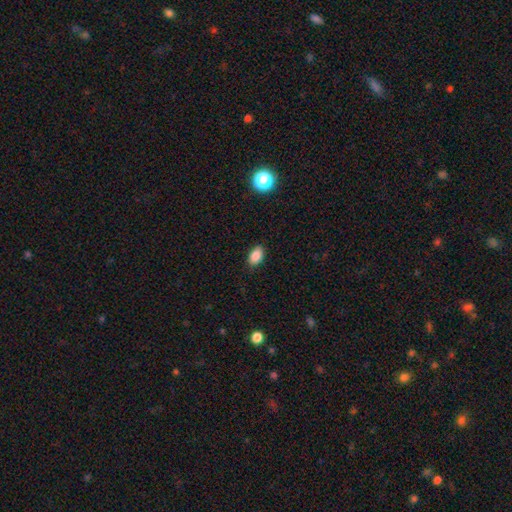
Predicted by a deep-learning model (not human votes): The model was most divided on "merging": none: 85%, minor disturbance: 11%, major disturbance: 2%, merger: 1%. More confident: how rounded — in between (89%); smooth or featured — smooth (87%).